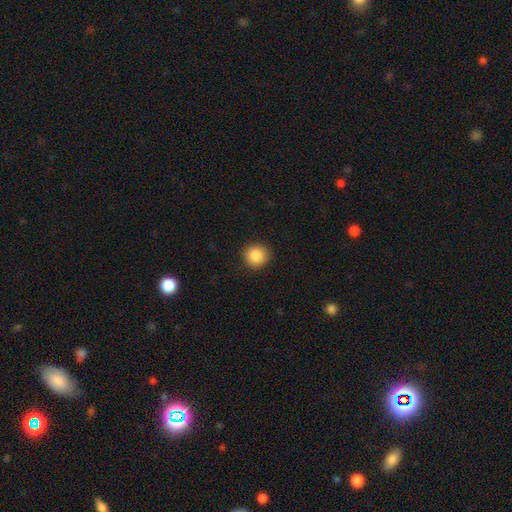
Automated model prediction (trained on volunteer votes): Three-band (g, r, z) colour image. It shows a smooth galaxy with no disk features (87%) that is round (92%). Merging: none (90%).